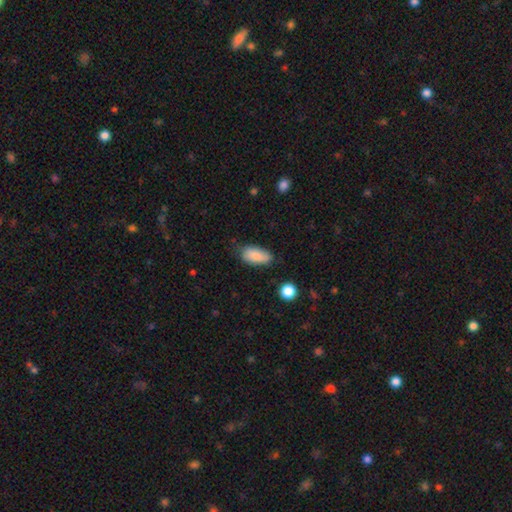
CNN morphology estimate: Smooth or featured? smooth (83%)
How rounded? in between (91%)
Merging? none (67%)